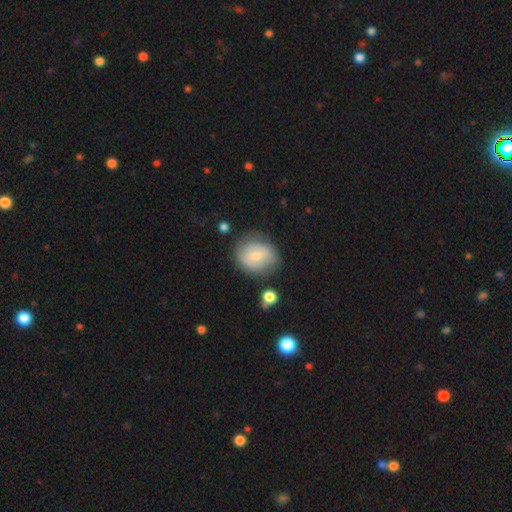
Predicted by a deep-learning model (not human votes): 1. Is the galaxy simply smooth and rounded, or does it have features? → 58% smooth, 35% featured or disk, 7% star or artifact.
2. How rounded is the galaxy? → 68% round, 31% in between, 1% cigar-shaped.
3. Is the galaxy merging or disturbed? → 67% none, 22% minor disturbance, 7% major disturbance, 4% merger.